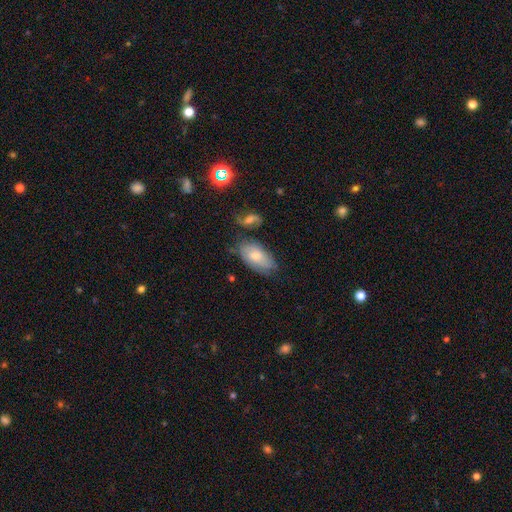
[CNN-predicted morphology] The model was most divided on "smooth or featured": smooth: 60%, featured or disk: 33%, star or artifact: 7%. More confident: how rounded — in between (93%); merging — none (59%).